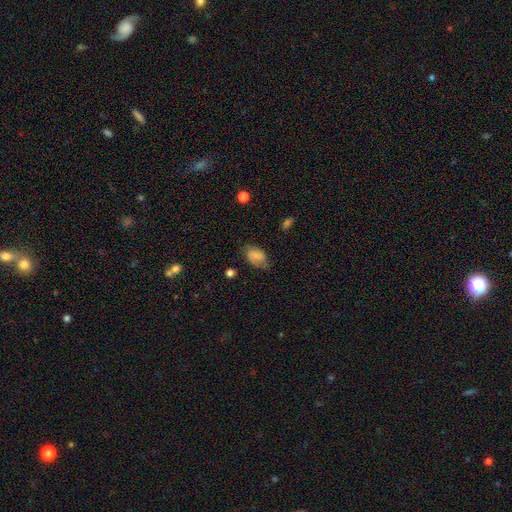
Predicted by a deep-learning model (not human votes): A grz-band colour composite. It shows a smooth galaxy with no disk features (54%) that is in between round and cigar-shaped (87%). Merging: none (61%).